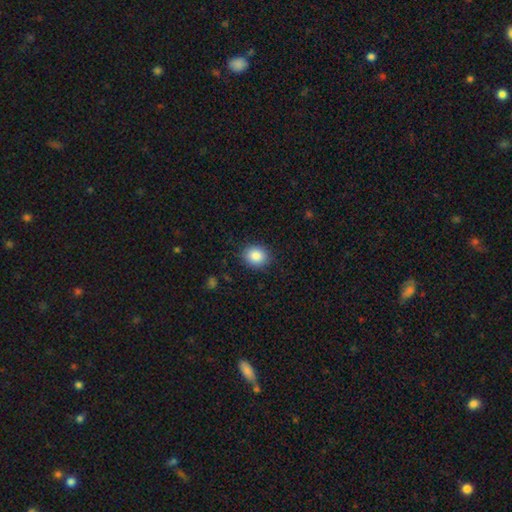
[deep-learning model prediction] A smooth galaxy with no disk features (87%) that is round (69%).

Vote fractions:
- Smooth or featured? smooth: 87% / star or artifact: 9% / featured or disk: 5%
- How rounded? round: 69% / in between: 30% / cigar-shaped: 1%
- Merging? none: 88% / minor disturbance: 9% / major disturbance: 2% / merger: 1%